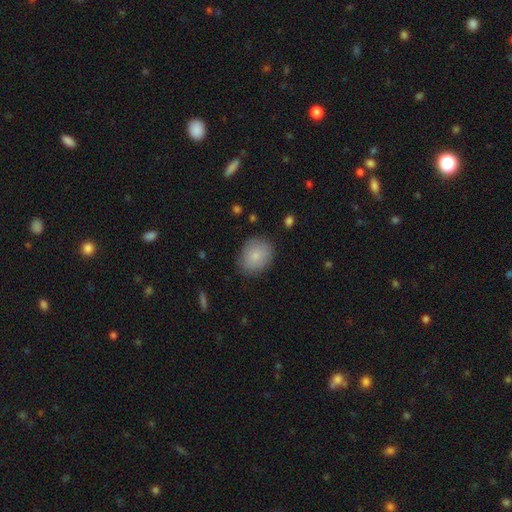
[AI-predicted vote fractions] This is clearly a smooth galaxy (83%). How rounded: possibly in between (50%). Merging: clearly none (83%).